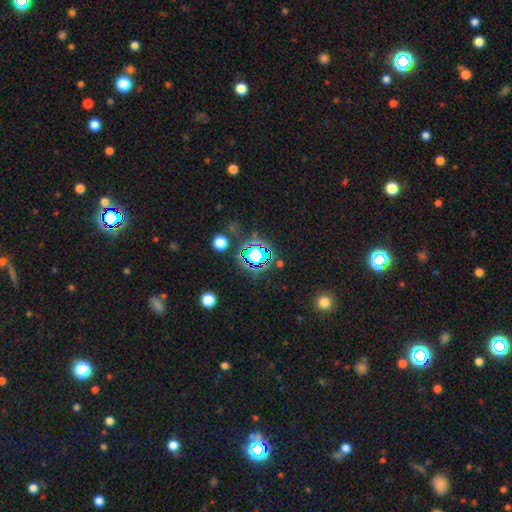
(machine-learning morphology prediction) Smooth or featured?
  - star or artifact: 66% *
  - smooth: 22%
  - featured or disk: 12%